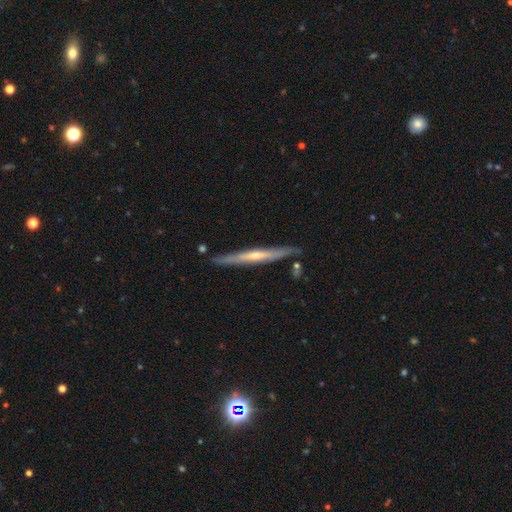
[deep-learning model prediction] This is likely a featured or disk galaxy (65%). It is clearly viewed edge-on (95%). Edge-on bulge: possibly rounded (52%). Merging: clearly none (85%).